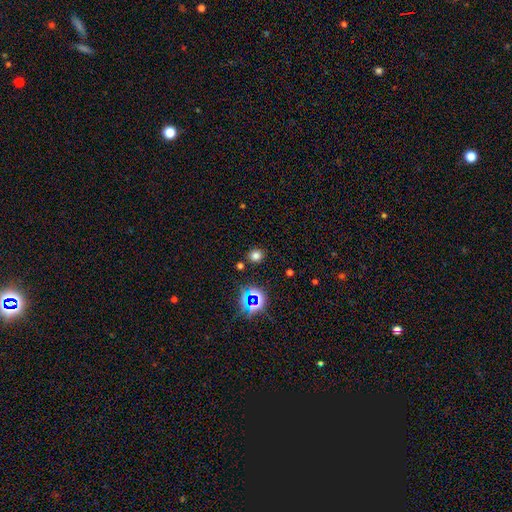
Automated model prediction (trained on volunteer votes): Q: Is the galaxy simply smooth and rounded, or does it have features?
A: smooth — 69%.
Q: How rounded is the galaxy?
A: round — 78%.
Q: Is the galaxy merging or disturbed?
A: none — 86%.